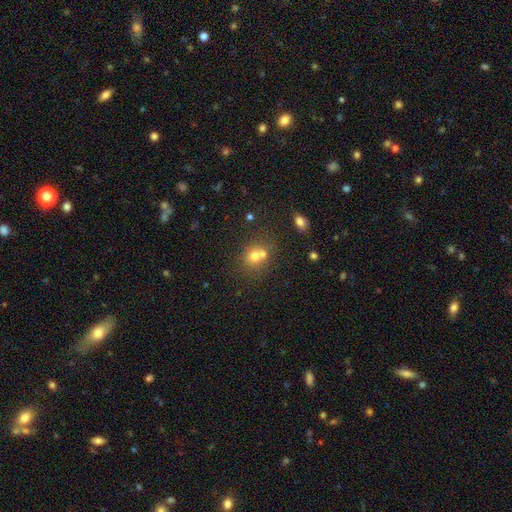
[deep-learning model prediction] Smooth or featured?
  - smooth: 69% *
  - featured or disk: 16%
  - star or artifact: 16%
How rounded?
  - round: 74% *
  - in between: 25%
  - cigar-shaped: 1%
Merging?
  - merger: 46% *
  - none: 43%
  - minor disturbance: 8%
  - major disturbance: 3%